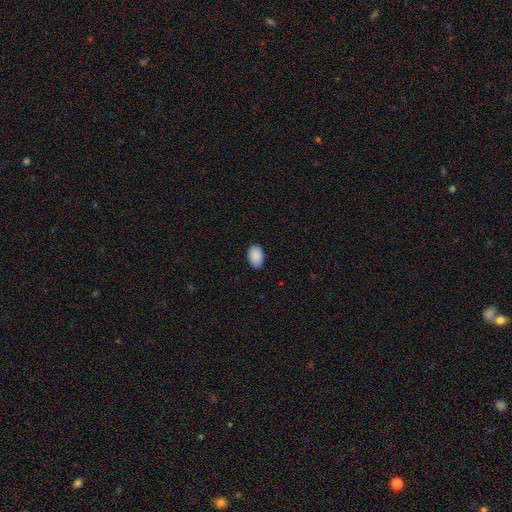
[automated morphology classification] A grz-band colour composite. It shows a smooth galaxy with no disk features (90%) that is in between round and cigar-shaped (87%). Merging: none (87%).